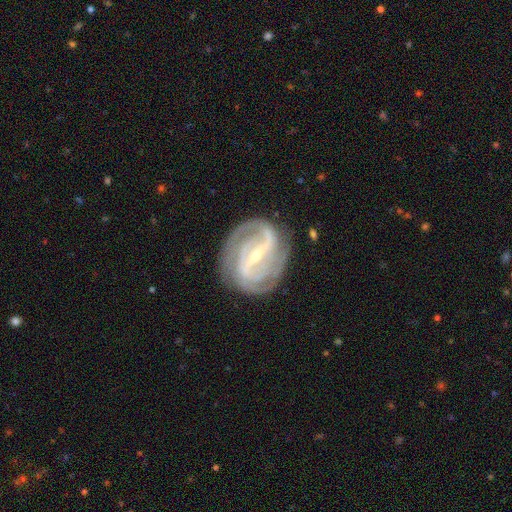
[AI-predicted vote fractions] smooth_or_featured: featured or disk (p=0.90) [alt: smooth p=0.05]
disk_edge_on: no (p=0.96) [alt: yes p=0.04]
bar: strong (p=0.69) [alt: weak p=0.25]
has_spiral_arms: yes (p=0.97) [alt: no p=0.03]
spiral_winding: tight (p=0.52) [alt: medium p=0.38]
spiral_arm_count: 2 (p=0.53) [alt: 3 p=0.19]
bulge_size: small (p=0.68) [alt: moderate p=0.28]
merging: none (p=0.76) [alt: minor disturbance p=0.15]